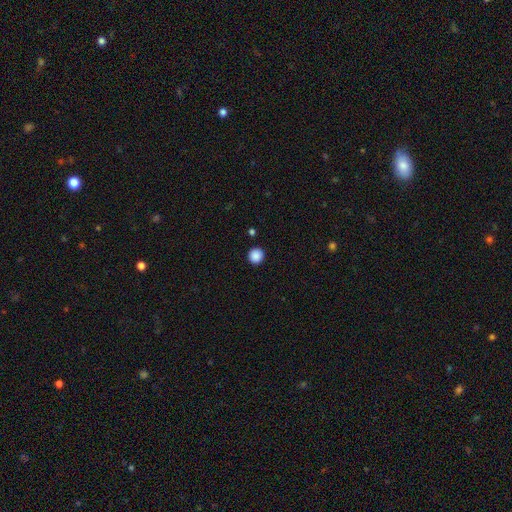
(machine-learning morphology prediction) Smooth or featured? smooth (88%)
How rounded? round (95%)
Merging? none (92%)